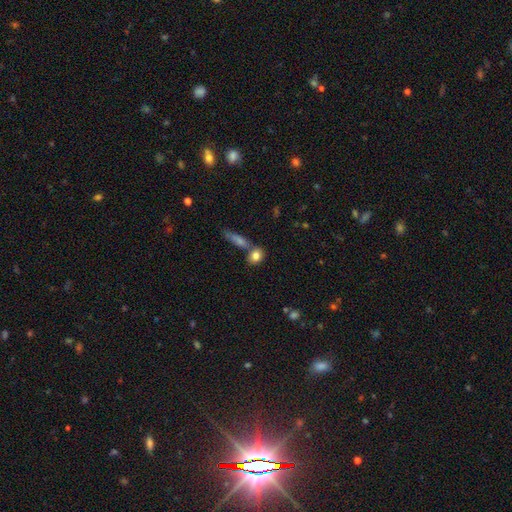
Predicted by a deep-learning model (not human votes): Smooth or featured? smooth (81%)
How rounded? in between (47%)
Merging? none (55%)